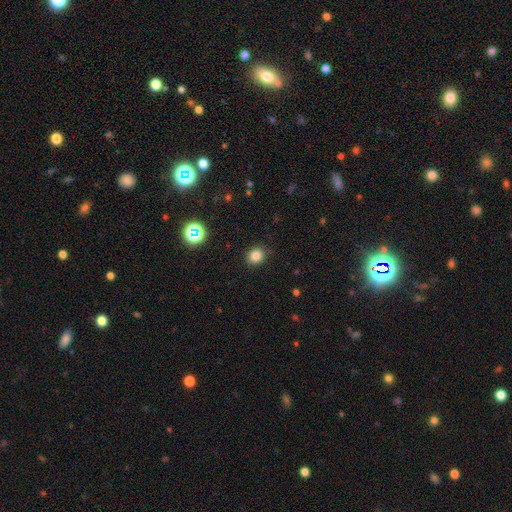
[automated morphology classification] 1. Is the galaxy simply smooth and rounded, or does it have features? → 81% smooth, 14% star or artifact, 5% featured or disk.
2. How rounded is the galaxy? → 76% round, 23% in between, 1% cigar-shaped.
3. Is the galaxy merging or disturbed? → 88% none, 9% minor disturbance, 2% major disturbance, 1% merger.